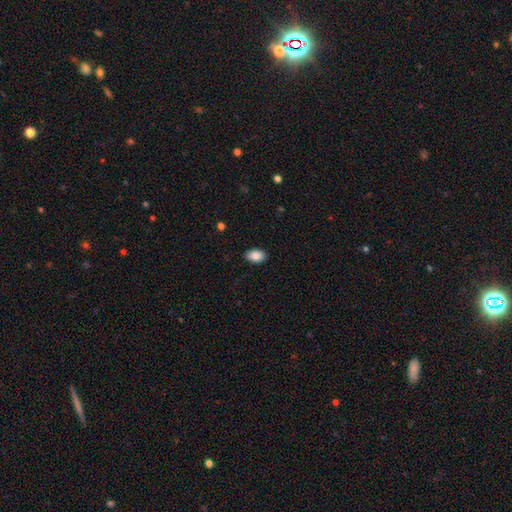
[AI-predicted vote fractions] This is clearly a smooth galaxy (88%). How rounded: clearly in between (89%). Merging: clearly none (89%).